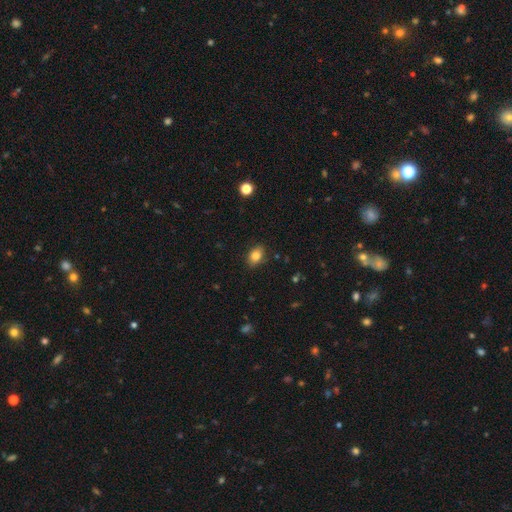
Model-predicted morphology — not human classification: Smooth or featured: smooth — 84% (star or artifact — 9%)
How rounded: in between — 80% (round — 19%)
Merging: none — 83% (minor disturbance — 13%)